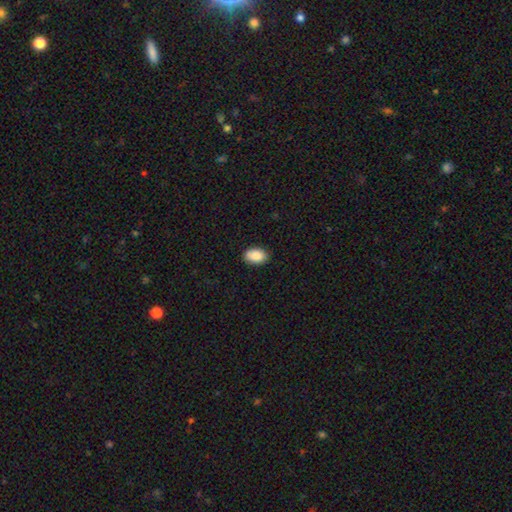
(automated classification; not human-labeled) smooth-or-featured: smooth: 90% | star or artifact: 7% | featured or disk: 4%
  how-rounded: in between: 91% | round: 7% | cigar-shaped: 1%
  merging: none: 88% | minor disturbance: 9% | major disturbance: 2% | merger: 1%